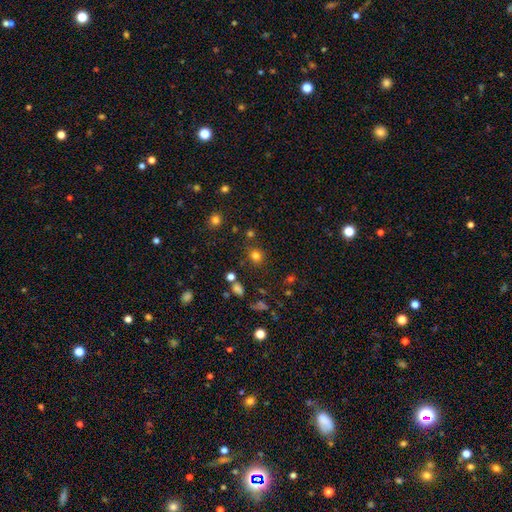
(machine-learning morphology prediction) Overall: smooth (76%). How rounded: round (81%). Merging: none (82%).